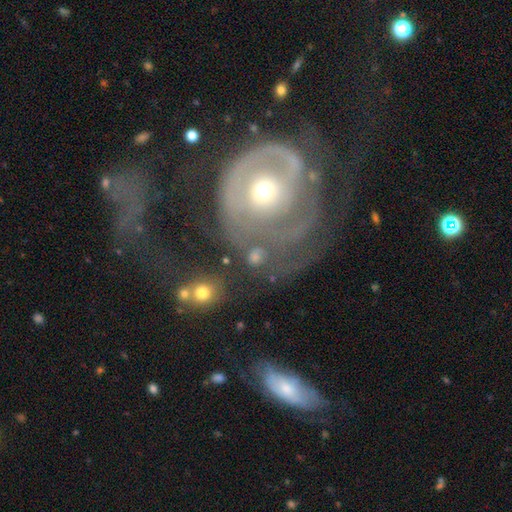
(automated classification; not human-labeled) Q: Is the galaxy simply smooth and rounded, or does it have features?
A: featured or disk — 58%.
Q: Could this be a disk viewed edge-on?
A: no — 96%.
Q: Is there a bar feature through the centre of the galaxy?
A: no — 75%.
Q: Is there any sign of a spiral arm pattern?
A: yes — 68%.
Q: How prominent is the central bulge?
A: moderate — 47%.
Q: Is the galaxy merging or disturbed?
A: none — 51%.